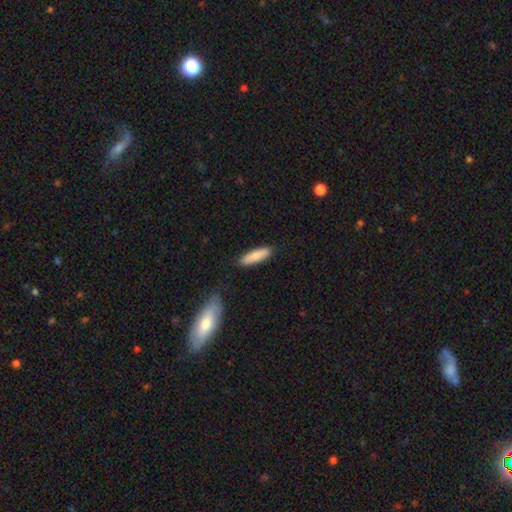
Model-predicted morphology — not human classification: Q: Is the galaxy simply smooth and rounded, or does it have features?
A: smooth — 84%.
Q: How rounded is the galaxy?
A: cigar-shaped — 62%.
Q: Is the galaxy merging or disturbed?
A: none — 87%.